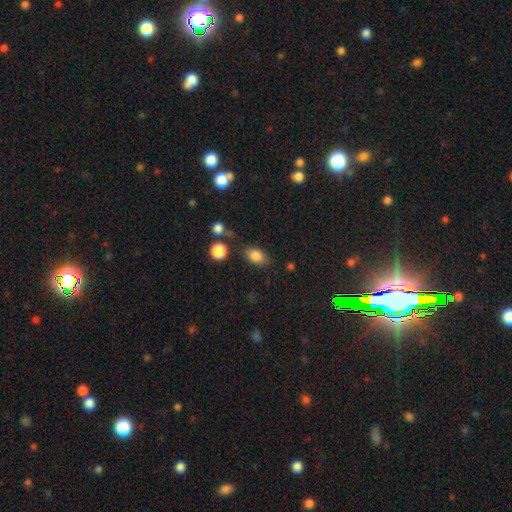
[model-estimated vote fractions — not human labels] smooth_or_featured: smooth (p=0.84) [alt: star or artifact p=0.10]
how_rounded: in between (p=0.82) [alt: round p=0.16]
merging: none (p=0.73) [alt: minor disturbance p=0.16]